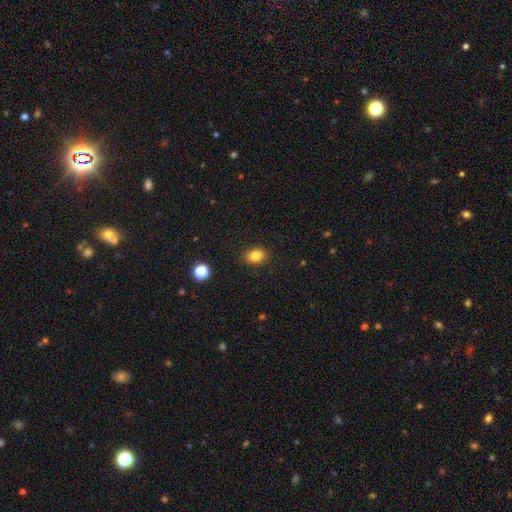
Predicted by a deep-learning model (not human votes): Morphology: type=smooth (84%); roundness=in between (69%); merging=none (88%).